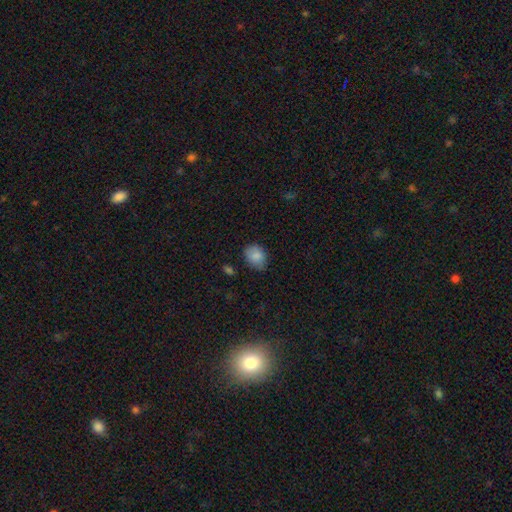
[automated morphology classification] This appears to be a smooth galaxy with no disk features (86%) that is in between round and cigar-shaped (58%). Merging: none (70%).